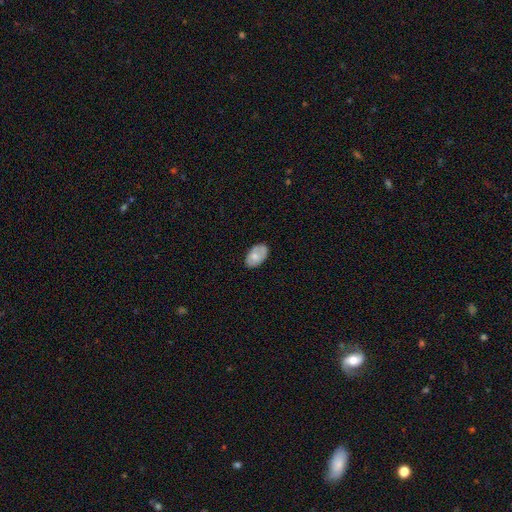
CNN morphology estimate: A smooth galaxy with no disk features (68%) that is in between round and cigar-shaped (92%).

Vote fractions:
- Smooth or featured? smooth: 68% / featured or disk: 25% / star or artifact: 7%
- How rounded? in between: 92% / round: 6% / cigar-shaped: 1%
- Merging? none: 77% / minor disturbance: 18% / major disturbance: 4% / merger: 1%